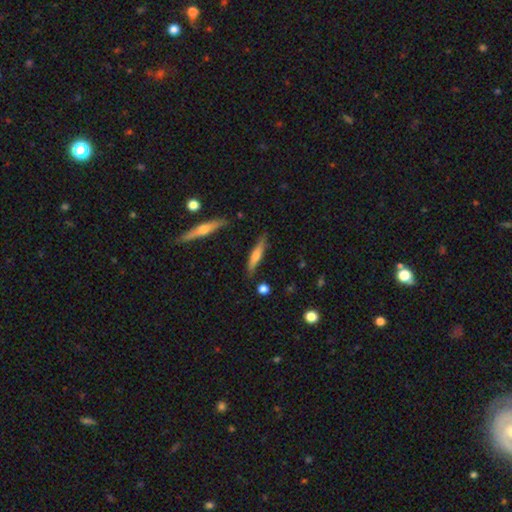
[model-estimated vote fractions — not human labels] Overall: smooth (51%; featured or disk 43%). How rounded: cigar-shaped (85%). Merging: none (83%).